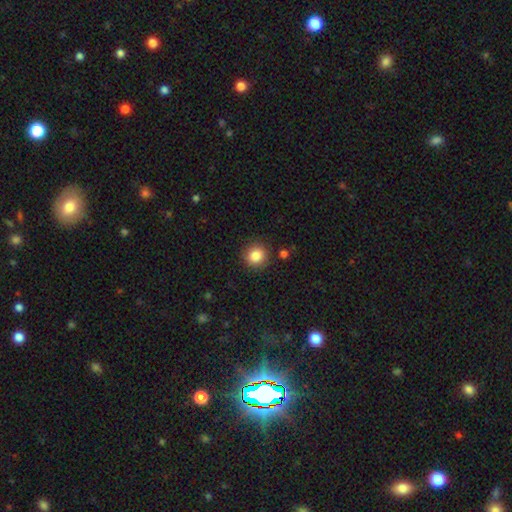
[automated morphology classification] Q: Smooth or featured?
A: smooth (85%); runner-up: star or artifact (10%)
Q: How rounded?
A: round (89%); runner-up: in between (10%)
Q: Merging?
A: none (88%); runner-up: minor disturbance (7%)